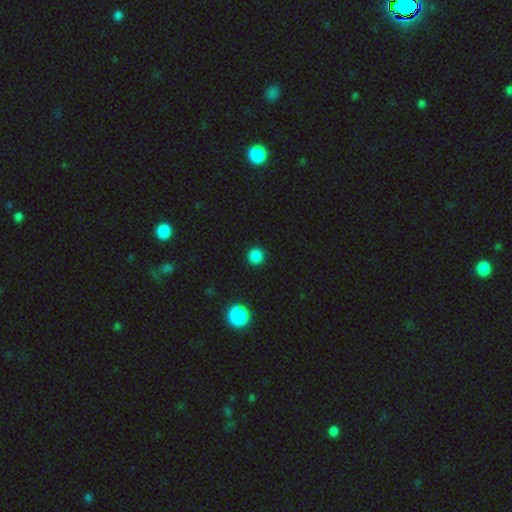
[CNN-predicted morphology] Smooth or featured? Predicted: smooth (p=0.84). How rounded? Predicted: round (p=0.95). Merging? Predicted: none (p=0.92).